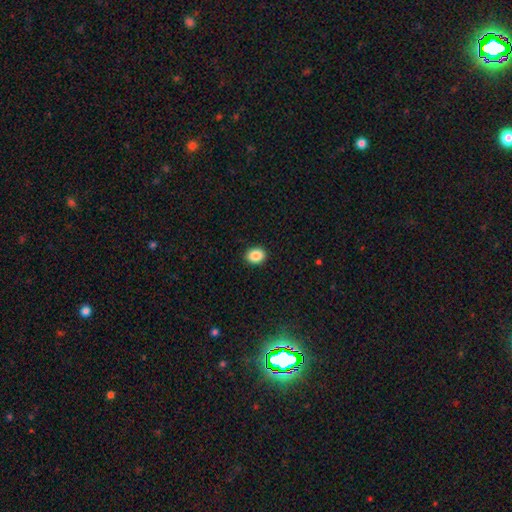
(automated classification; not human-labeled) This is clearly a smooth galaxy (88%). How rounded: possibly round (52%). Merging: clearly none (91%).